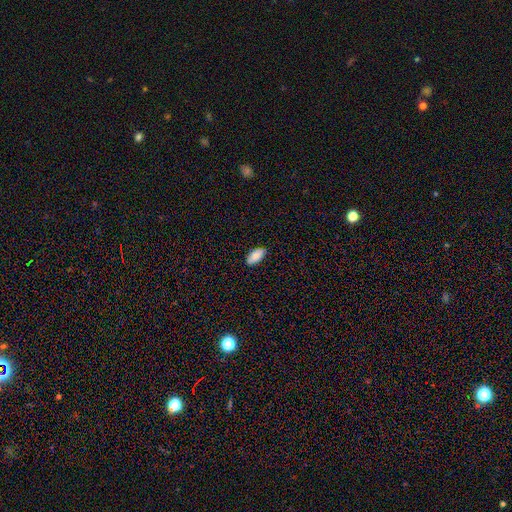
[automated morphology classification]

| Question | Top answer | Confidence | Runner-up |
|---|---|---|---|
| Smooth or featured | smooth | 81% | featured or disk (11%) |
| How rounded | in between | 94% | cigar-shaped (4%) |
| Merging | none | 82% | minor disturbance (14%) |